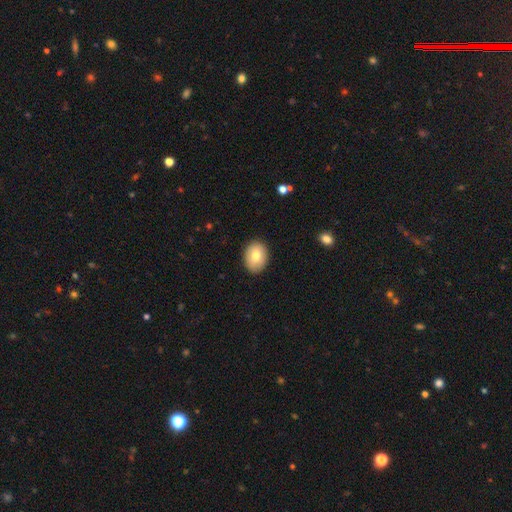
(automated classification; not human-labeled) Smooth or featured: smooth — 77% (featured or disk — 16%)
How rounded: in between — 69% (round — 31%)
Merging: none — 87% (minor disturbance — 10%)